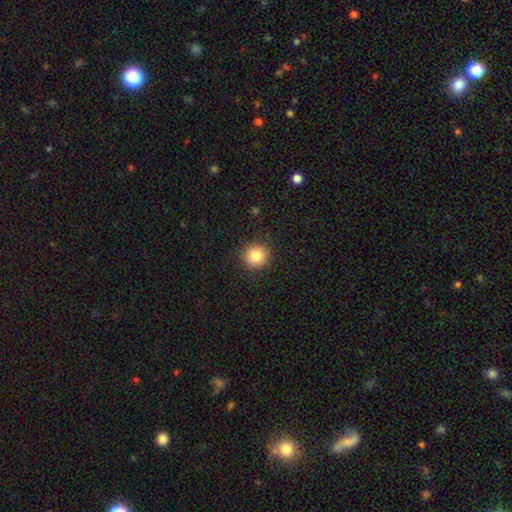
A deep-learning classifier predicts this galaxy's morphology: Smooth or featured? smooth (84%)
How rounded? round (93%)
Merging? none (91%)